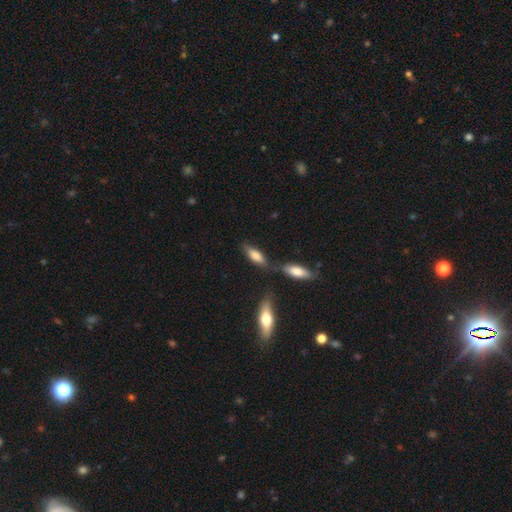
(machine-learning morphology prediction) Smooth or featured?
  - smooth: 75% *
  - featured or disk: 18%
  - star or artifact: 7%
How rounded?
  - in between: 65% *
  - cigar-shaped: 33%
  - round: 2%
Merging?
  - none: 61% *
  - merger: 18%
  - minor disturbance: 17%
  - major disturbance: 5%